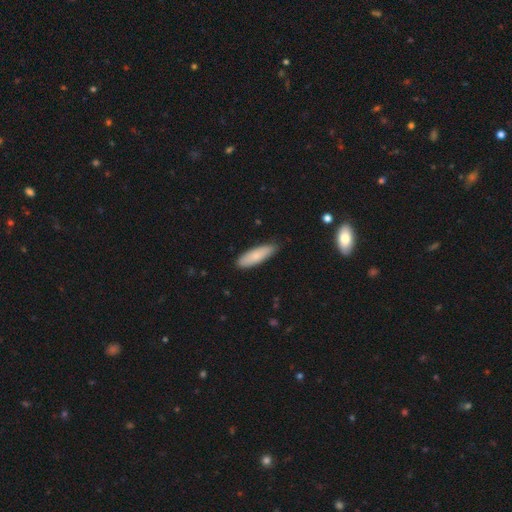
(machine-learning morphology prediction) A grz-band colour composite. It shows a smooth galaxy with no disk features (80%) that is cigar-shaped (52%). Merging: none (84%).